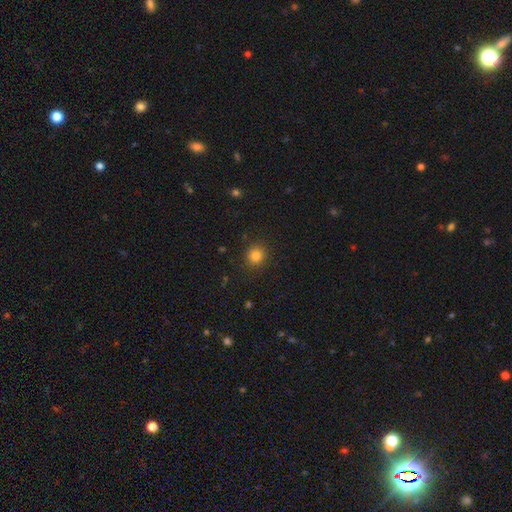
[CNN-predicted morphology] Smooth or featured?
  - smooth: 82% *
  - star or artifact: 13%
  - featured or disk: 5%
How rounded?
  - round: 91% *
  - in between: 8%
  - cigar-shaped: 1%
Merging?
  - none: 90% *
  - minor disturbance: 7%
  - major disturbance: 2%
  - merger: 1%